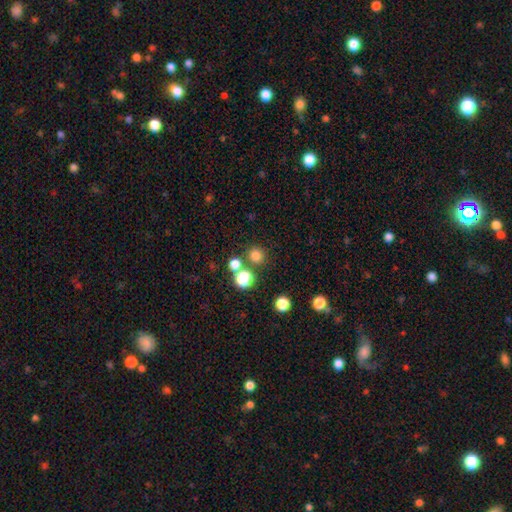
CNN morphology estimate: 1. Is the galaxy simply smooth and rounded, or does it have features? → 77% smooth, 18% star or artifact, 5% featured or disk.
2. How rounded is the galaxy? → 93% round, 6% in between, 1% cigar-shaped.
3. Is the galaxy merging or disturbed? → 78% none, 13% merger, 6% minor disturbance, 3% major disturbance.